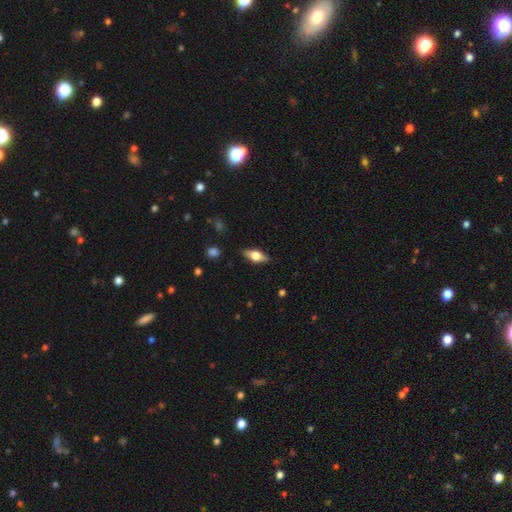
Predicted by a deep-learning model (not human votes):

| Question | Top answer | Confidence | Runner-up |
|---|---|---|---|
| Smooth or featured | smooth | 54% | featured or disk (39%) |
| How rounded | in between | 74% | cigar-shaped (21%) |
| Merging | none | 86% | minor disturbance (11%) |